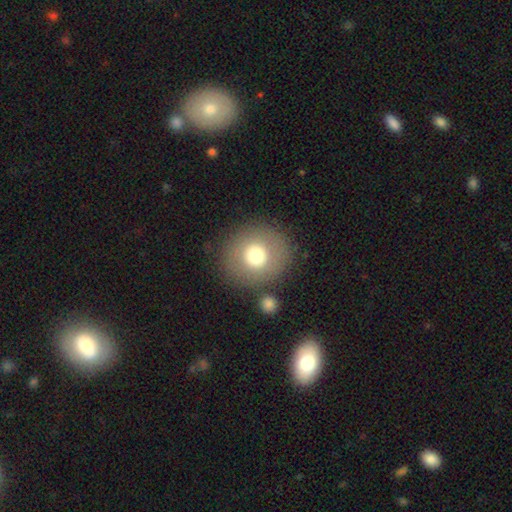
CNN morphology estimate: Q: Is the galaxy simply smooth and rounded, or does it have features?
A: smooth — 73%.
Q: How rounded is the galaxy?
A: round — 91%.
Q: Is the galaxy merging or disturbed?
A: none — 81%.